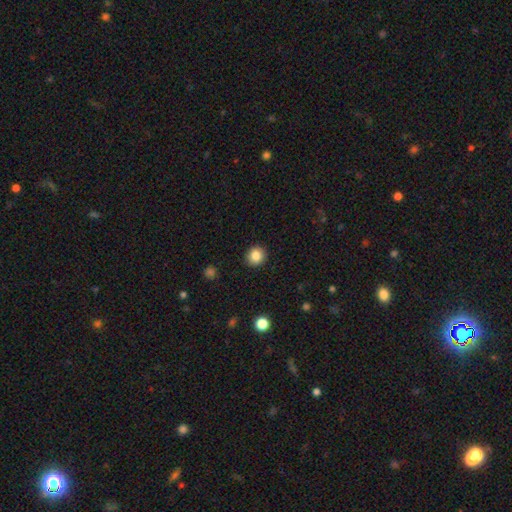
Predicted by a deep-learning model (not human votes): Smooth or featured? Predicted: smooth (p=0.85). How rounded? Predicted: round (p=0.90). Merging? Predicted: none (p=0.91).